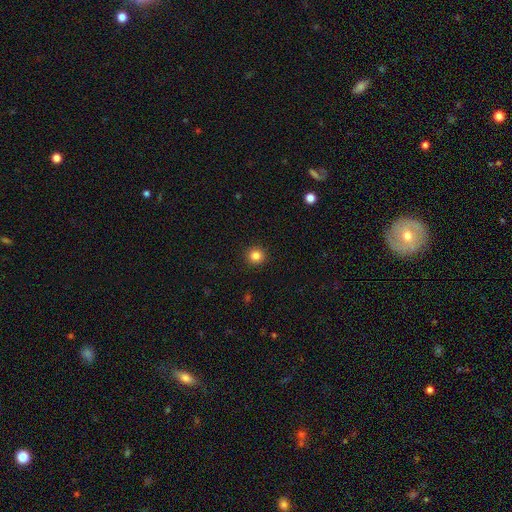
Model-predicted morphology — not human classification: smooth-or-featured: smooth: 84% | star or artifact: 12% | featured or disk: 5%
  how-rounded: round: 94% | in between: 5% | cigar-shaped: 1%
  merging: none: 93% | minor disturbance: 5% | major disturbance: 2% | merger: 1%